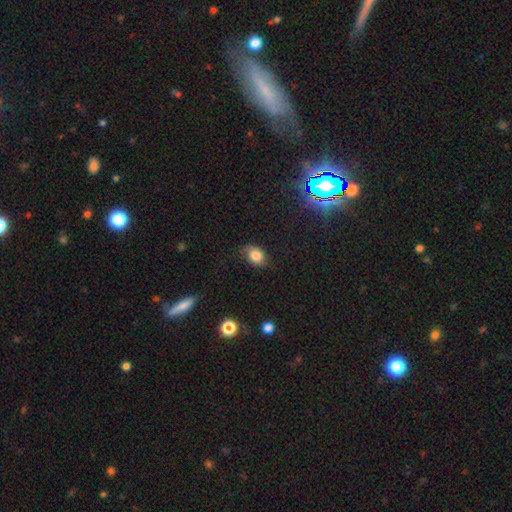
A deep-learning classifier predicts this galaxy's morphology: smooth 72%, featured or disk 17%, star or artifact 11%. Down the decision tree: how rounded — in between (68%); merging — none (65%).